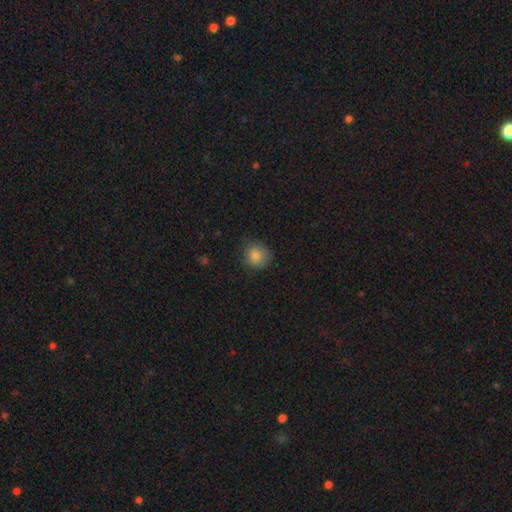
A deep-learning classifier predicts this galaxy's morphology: The model was most divided on "merging": none: 78%, minor disturbance: 17%, major disturbance: 4%, merger: 1%. More confident: smooth or featured — smooth (85%); how rounded — round (83%).